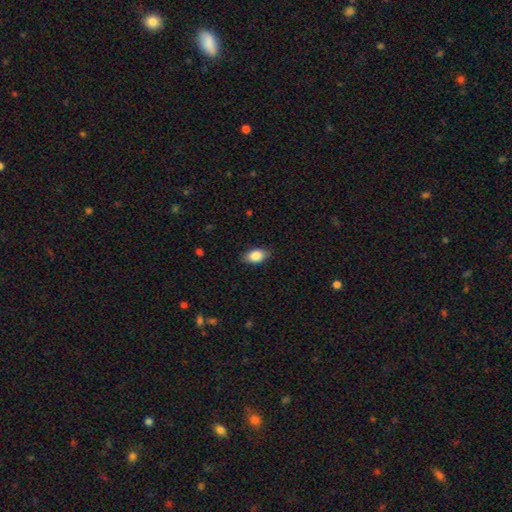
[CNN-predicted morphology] Overall: smooth (87%). How rounded: in between (90%). Merging: none (85%).